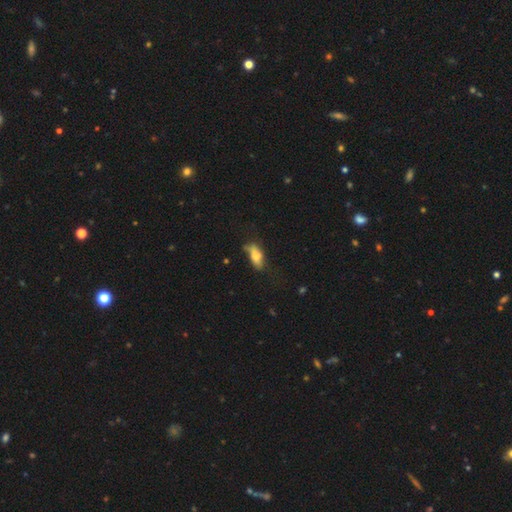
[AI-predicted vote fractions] A smooth galaxy with no disk features (66%) that is in between round and cigar-shaped (81%). Merging: none (39%).